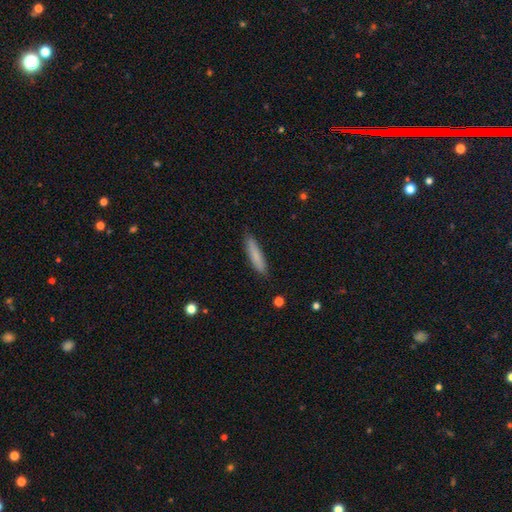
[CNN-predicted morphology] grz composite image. It shows a smooth galaxy with no disk features (80%) that is cigar-shaped (86%). Merging: none (87%).